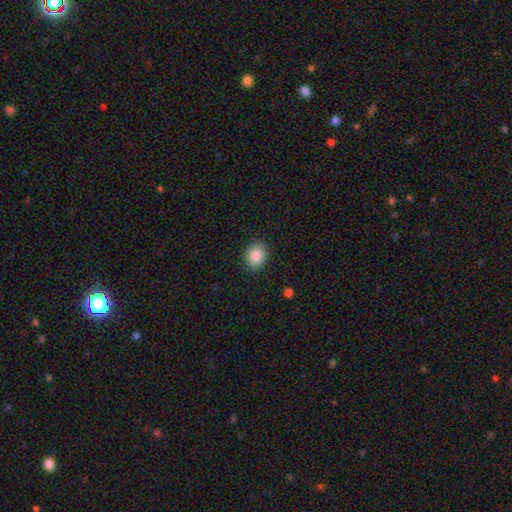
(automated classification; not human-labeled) This appears to be a smooth galaxy with no disk features (86%) that is round (59%). Merging: none (88%).